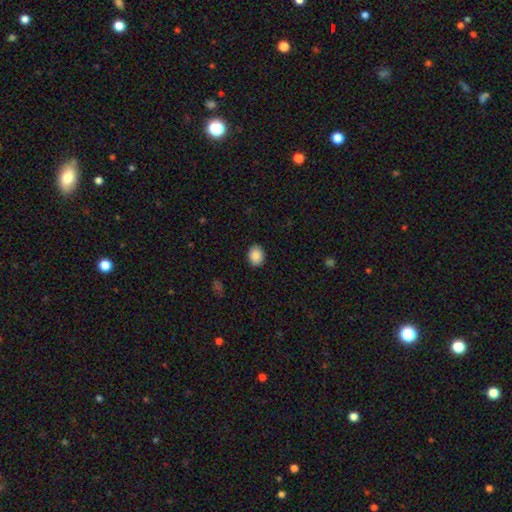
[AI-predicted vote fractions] smooth_or_featured: smooth (p=0.89) [alt: star or artifact p=0.08]
how_rounded: in between (p=0.62) [alt: round p=0.37]
merging: none (p=0.89) [alt: minor disturbance p=0.08]